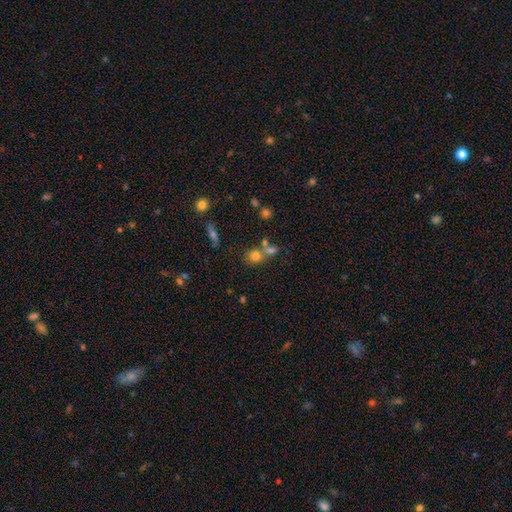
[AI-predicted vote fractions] The model was most divided on "merging": none: 45%, merger: 42%, minor disturbance: 9%, major disturbance: 4%. More confident: how rounded — round (74%); smooth or featured — smooth (71%).